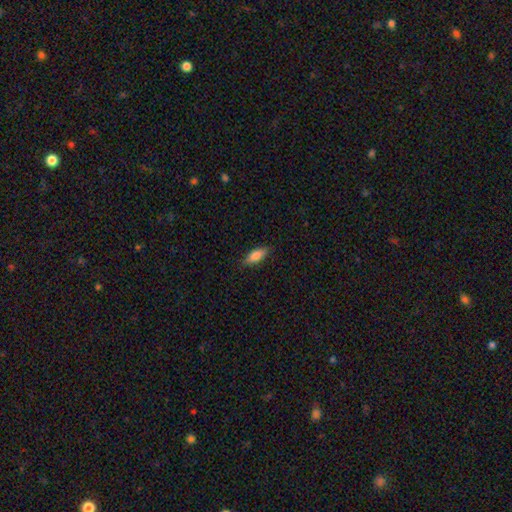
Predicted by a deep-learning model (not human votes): Morphology: type=smooth (82%); roundness=in between (72%); merging=none (85%).